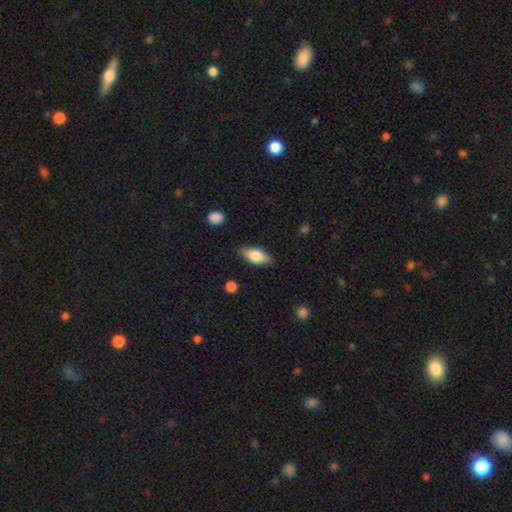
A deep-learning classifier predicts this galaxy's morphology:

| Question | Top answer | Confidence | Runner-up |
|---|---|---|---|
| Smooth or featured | smooth | 72% | featured or disk (22%) |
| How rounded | in between | 81% | cigar-shaped (16%) |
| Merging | none | 83% | minor disturbance (13%) |